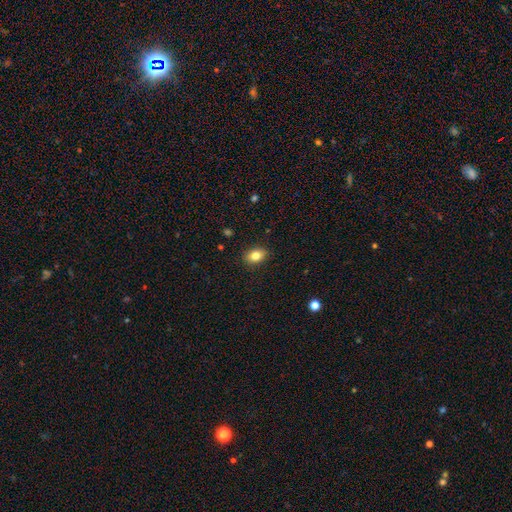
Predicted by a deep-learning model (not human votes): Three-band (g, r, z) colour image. It shows a smooth galaxy with no disk features (83%) that is in between round and cigar-shaped (79%). Merging: none (89%).